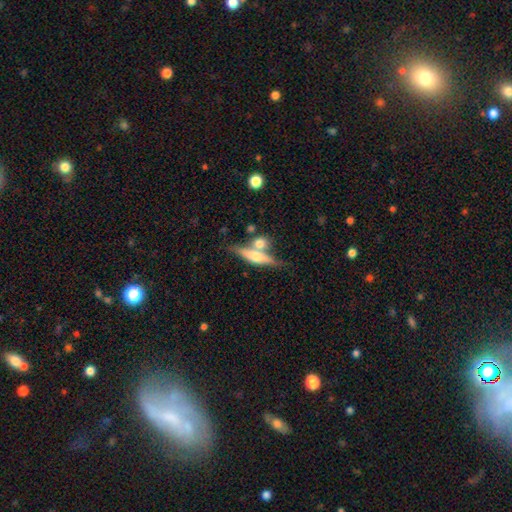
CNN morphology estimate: Smooth or featured? Predicted: featured or disk (p=0.57). Edge-on disk? Predicted: yes (p=0.91). Edge-on bulge? Predicted: rounded (p=0.88). Merging? Predicted: none (p=0.56).